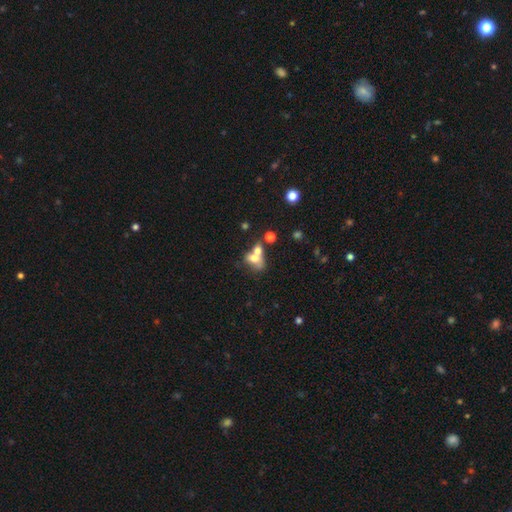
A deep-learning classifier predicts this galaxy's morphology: Smooth or featured? smooth (61%)
How rounded? in between (65%)
Merging? merger (65%)